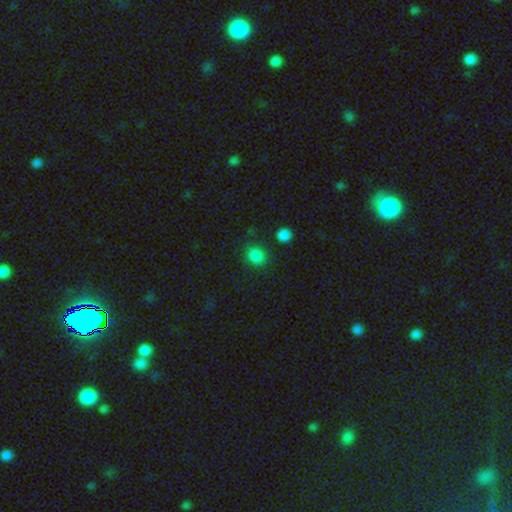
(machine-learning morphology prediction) Q: Smooth or featured?
A: smooth (84%); runner-up: star or artifact (12%)
Q: How rounded?
A: round (55%); runner-up: in between (44%)
Q: Merging?
A: none (81%); runner-up: minor disturbance (11%)